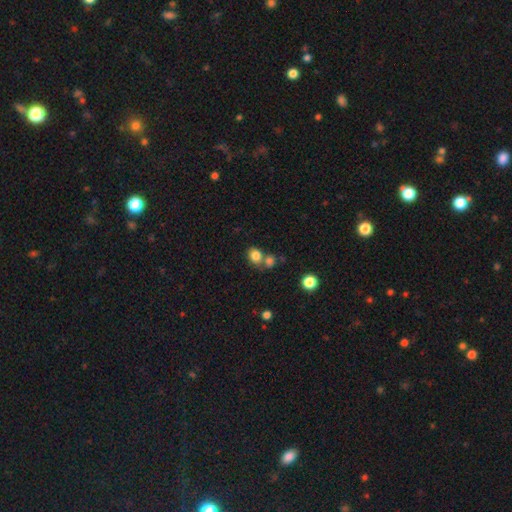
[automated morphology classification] A smooth galaxy with no disk features (82%) that is round (66%).

Vote fractions:
- Smooth or featured? smooth: 82% / star or artifact: 12% / featured or disk: 7%
- How rounded? round: 66% / in between: 33% / cigar-shaped: 1%
- Merging? none: 52% / merger: 35% / minor disturbance: 10% / major disturbance: 4%